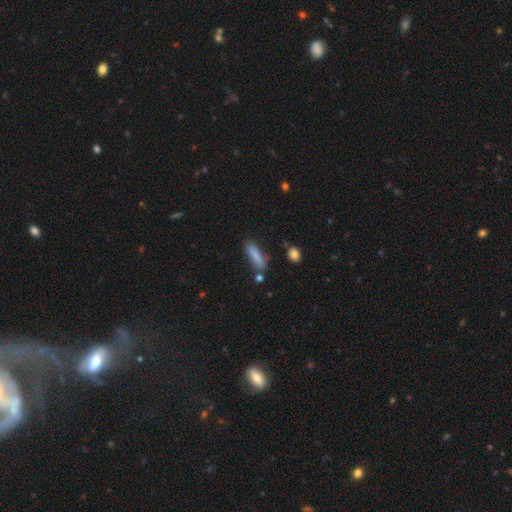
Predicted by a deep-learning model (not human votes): Smooth or featured?
  - smooth: 82% *
  - featured or disk: 10%
  - star or artifact: 8%
How rounded?
  - cigar-shaped: 69% *
  - in between: 29%
  - round: 2%
Merging?
  - none: 70% *
  - minor disturbance: 18%
  - merger: 7%
  - major disturbance: 5%